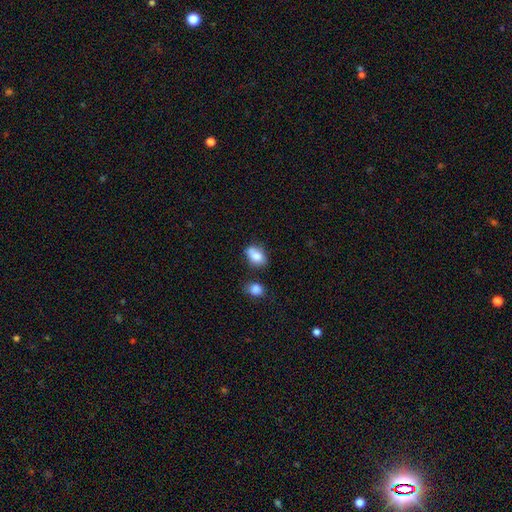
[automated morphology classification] This appears to be a smooth galaxy with no disk features (80%) that is in between round and cigar-shaped (79%). Merging: none (50%).